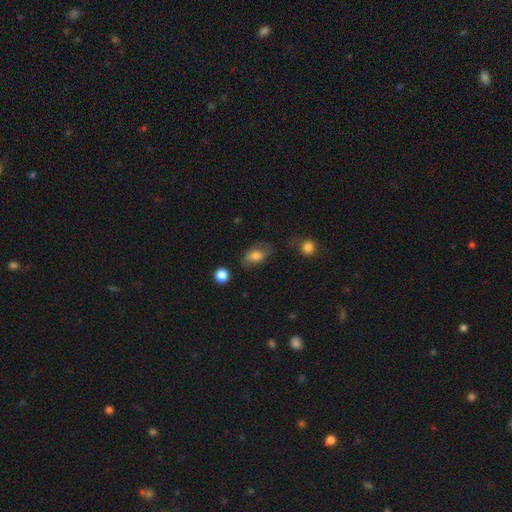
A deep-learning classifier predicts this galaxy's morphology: A smooth galaxy with no disk features (72%) that is in between round and cigar-shaped (87%). Merging: none (62%).